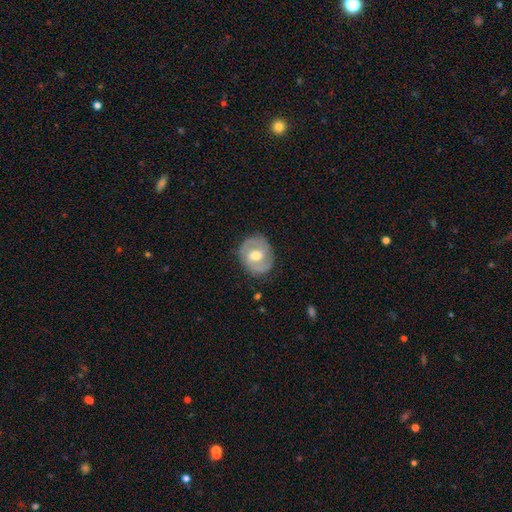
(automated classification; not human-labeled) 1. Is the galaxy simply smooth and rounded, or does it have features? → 69% featured or disk, 25% smooth, 5% star or artifact.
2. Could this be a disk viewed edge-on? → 97% no, 3% yes.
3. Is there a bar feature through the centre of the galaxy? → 48% weak, 37% no, 15% strong.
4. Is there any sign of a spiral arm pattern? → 78% yes, 22% no.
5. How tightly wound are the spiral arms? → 44% tight, 42% medium, 14% loose.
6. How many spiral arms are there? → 78% 2, 13% can't tell, 4% 1, 3% 3, 1% 4, 1% more than 4.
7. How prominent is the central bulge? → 75% moderate, 13% small, 11% large, 1% none, 1% dominant.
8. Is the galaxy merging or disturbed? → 79% none, 15% minor disturbance, 5% major disturbance, 1% merger.